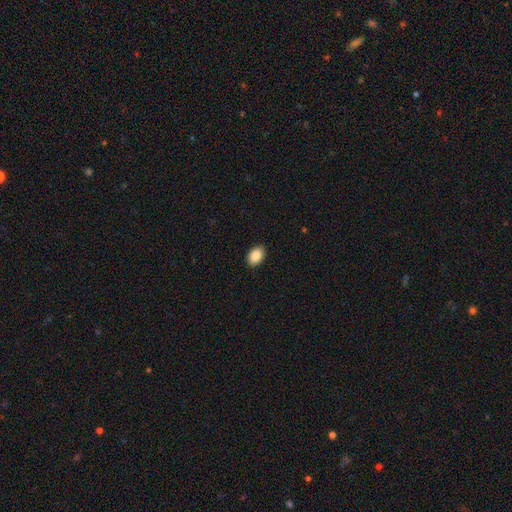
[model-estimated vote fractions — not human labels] Smooth or featured? Predicted: smooth (p=0.90). How rounded? Predicted: in between (p=0.86). Merging? Predicted: none (p=0.89).